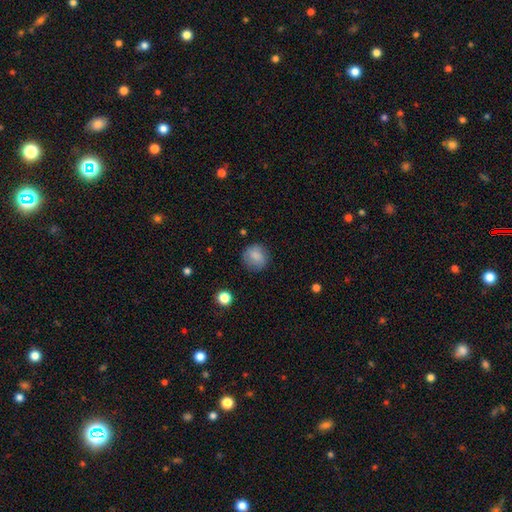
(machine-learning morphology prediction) Overall: smooth (83%). How rounded: round (87%). Merging: none (80%).